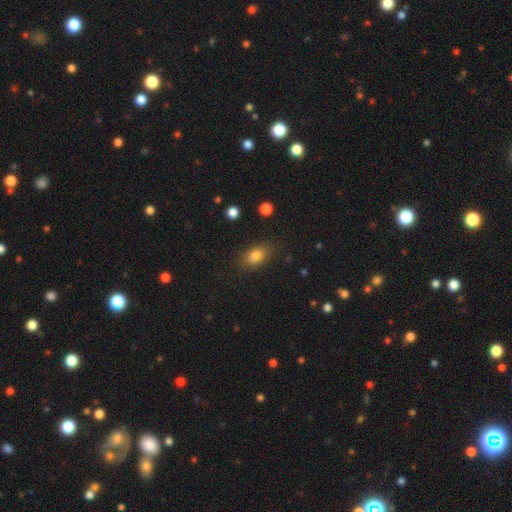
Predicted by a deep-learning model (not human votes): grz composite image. It shows a smooth galaxy with no disk features (80%) that is in between round and cigar-shaped (82%). Merging: none (78%).